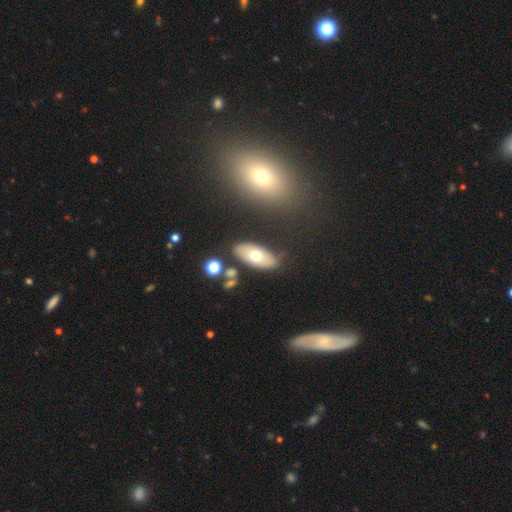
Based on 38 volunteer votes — A smooth galaxy with no disk features (66%) that is in between round and cigar-shaped (92%). Merging: none (83%).